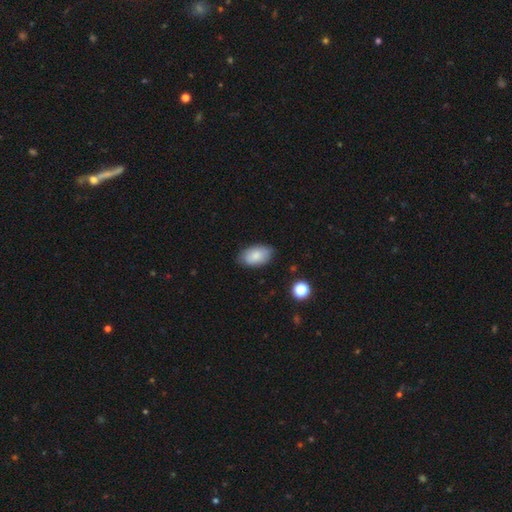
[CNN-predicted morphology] type=smooth (80%); roundness=in between (93%); merging=none (79%).